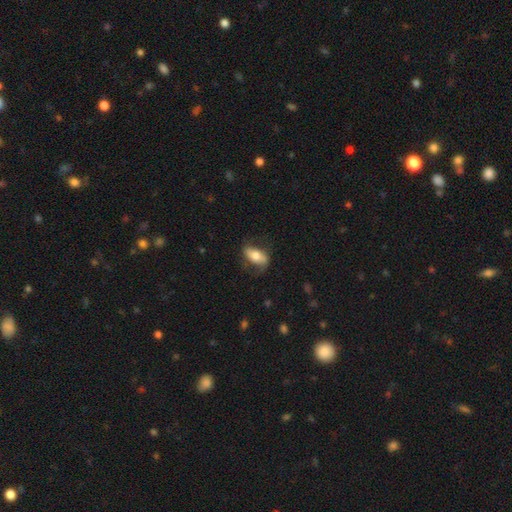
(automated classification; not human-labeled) The model was most divided on "smooth or featured": smooth: 58%, featured or disk: 36%, star or artifact: 6%. More confident: how rounded — in between (84%); merging — none (67%).